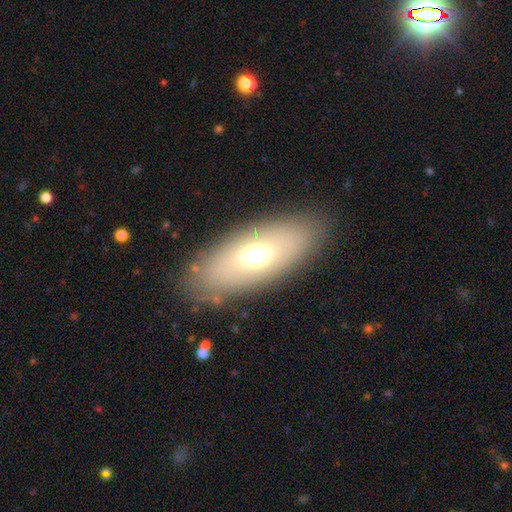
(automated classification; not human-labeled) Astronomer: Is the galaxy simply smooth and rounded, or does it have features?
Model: smooth — 60%.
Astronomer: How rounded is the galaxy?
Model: in between — 83%.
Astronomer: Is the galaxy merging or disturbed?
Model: none — 84%.